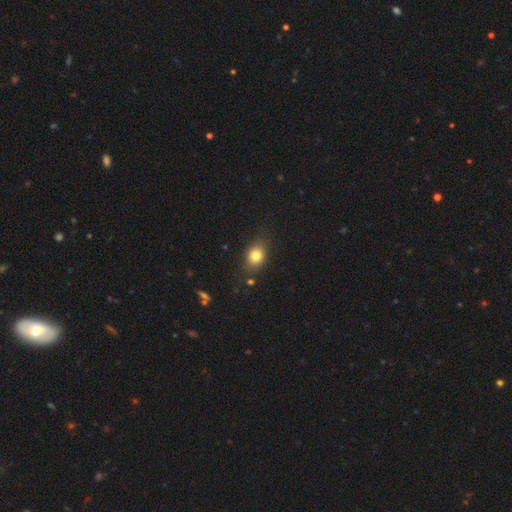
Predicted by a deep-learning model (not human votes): Morphology: type=smooth (78%); roundness=in between (57%); merging=none (74%).